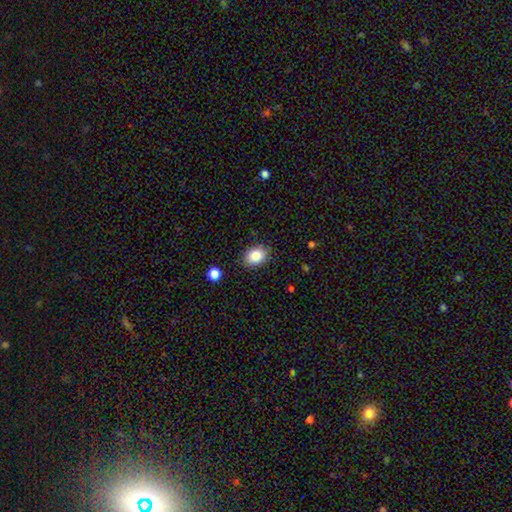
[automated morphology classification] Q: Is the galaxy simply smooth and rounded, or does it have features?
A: smooth — 85%.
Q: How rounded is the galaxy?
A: in between — 69%.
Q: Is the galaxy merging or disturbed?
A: none — 86%.